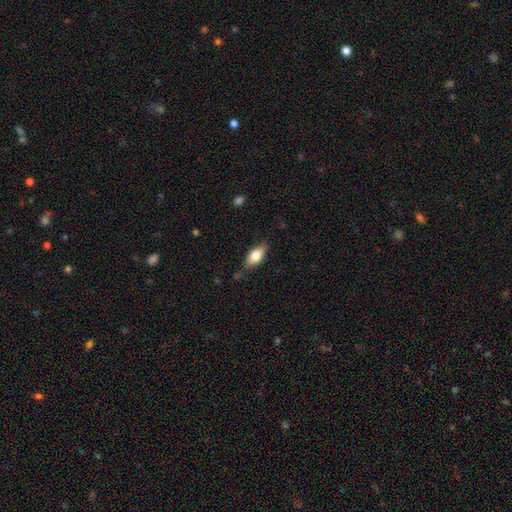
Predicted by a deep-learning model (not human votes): Smooth or featured: smooth — 74% (featured or disk — 19%)
How rounded: in between — 84% (cigar-shaped — 12%)
Merging: none — 77% (minor disturbance — 17%)